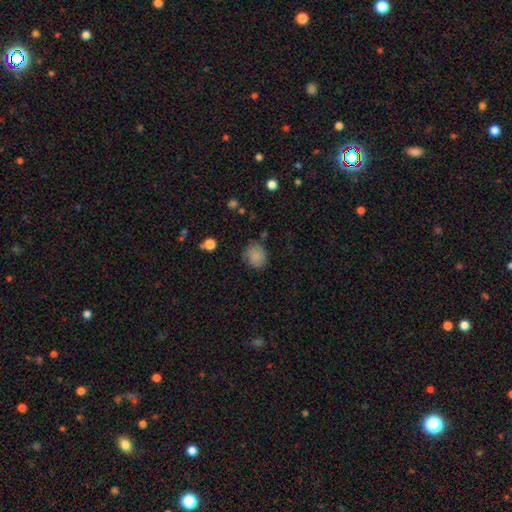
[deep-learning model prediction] Morphology: type=smooth (82%); roundness=round (74%); merging=none (72%).